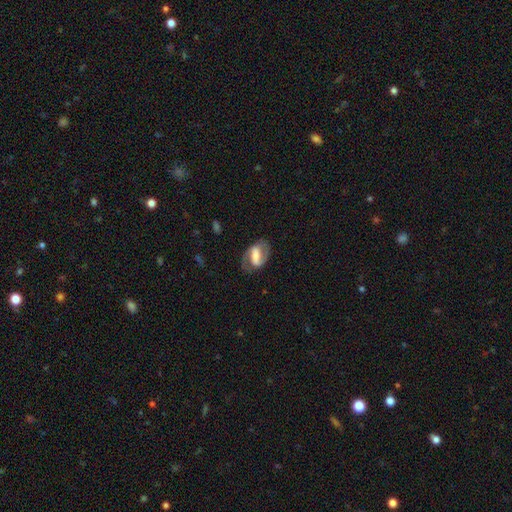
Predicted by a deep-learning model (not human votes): featured or disk 77%, smooth 17%, star or artifact 6%. Down the decision tree: edge-on disk — no (96%); bar — strong (54%); spiral arms — yes (89%); spiral arm count — 2 (88%); spiral winding — medium (52%); bulge size — moderate (42%); merging — none (77%).